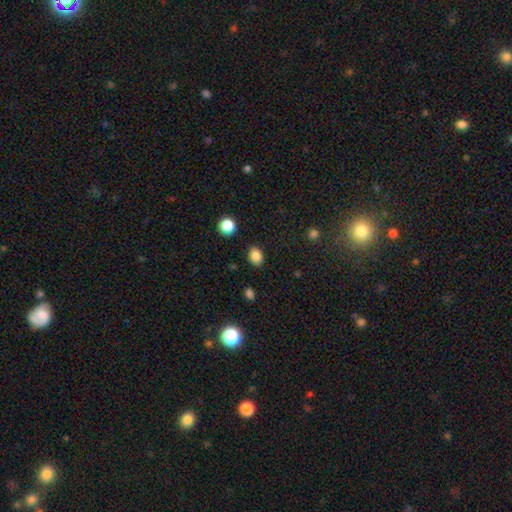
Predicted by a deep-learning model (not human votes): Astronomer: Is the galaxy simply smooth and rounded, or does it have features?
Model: smooth — 85%.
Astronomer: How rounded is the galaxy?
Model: in between — 66%.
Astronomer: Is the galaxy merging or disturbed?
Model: none — 87%.